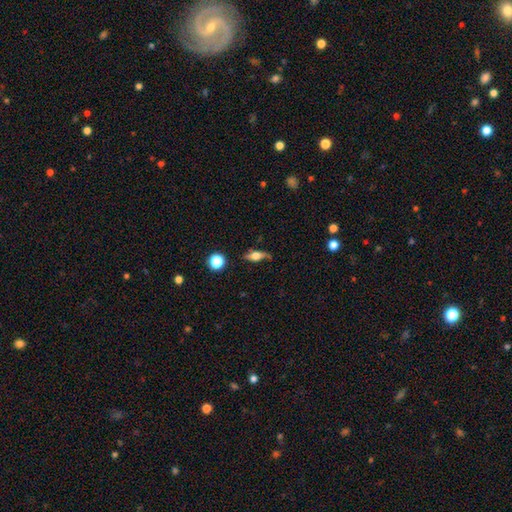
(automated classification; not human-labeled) Overall: smooth (49%; featured or disk 42%). Merging: none (71%).